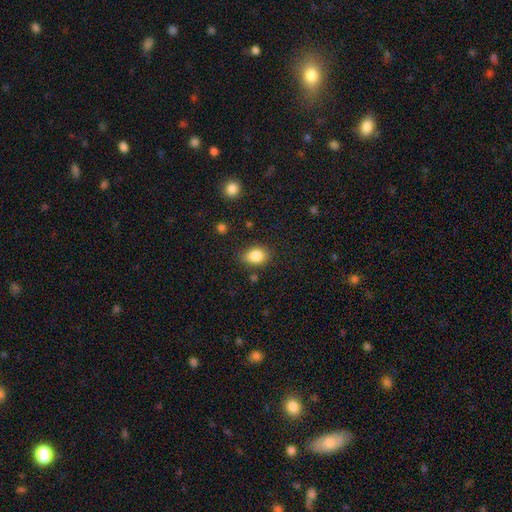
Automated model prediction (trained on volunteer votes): Smooth or featured?
  - smooth: 86% *
  - star or artifact: 9%
  - featured or disk: 5%
How rounded?
  - in between: 72% *
  - round: 27%
  - cigar-shaped: 1%
Merging?
  - none: 76% *
  - minor disturbance: 17%
  - major disturbance: 4%
  - merger: 3%